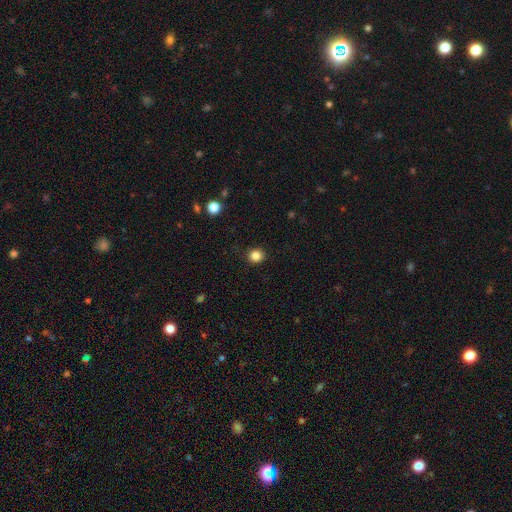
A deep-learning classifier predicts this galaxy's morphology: Smooth or featured? Predicted: smooth (p=0.84). How rounded? Predicted: round (p=0.88). Merging? Predicted: none (p=0.91).